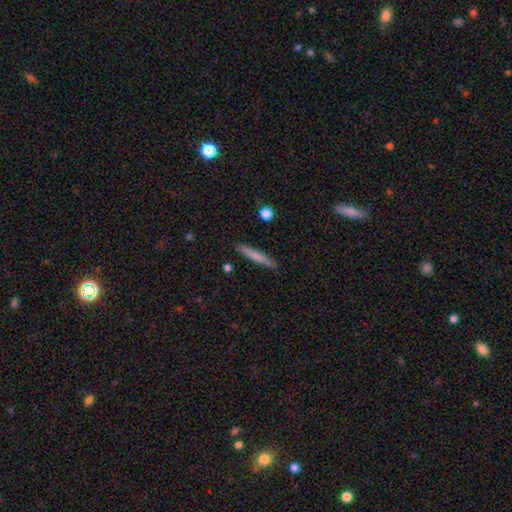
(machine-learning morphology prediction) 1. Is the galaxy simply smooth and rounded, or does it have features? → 71% smooth, 22% featured or disk, 6% star or artifact.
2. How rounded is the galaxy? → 94% cigar-shaped, 5% in between, 1% round.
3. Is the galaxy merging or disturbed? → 89% none, 8% minor disturbance, 2% major disturbance, 2% merger.